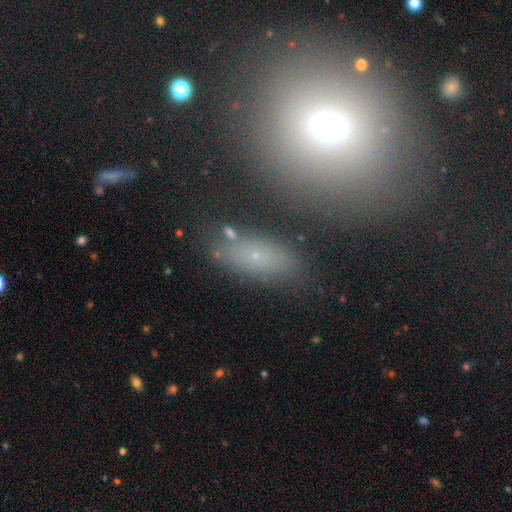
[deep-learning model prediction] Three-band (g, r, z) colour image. It shows a smooth galaxy with no disk features (61%) that is in between round and cigar-shaped (79%). Merging: none (76%).